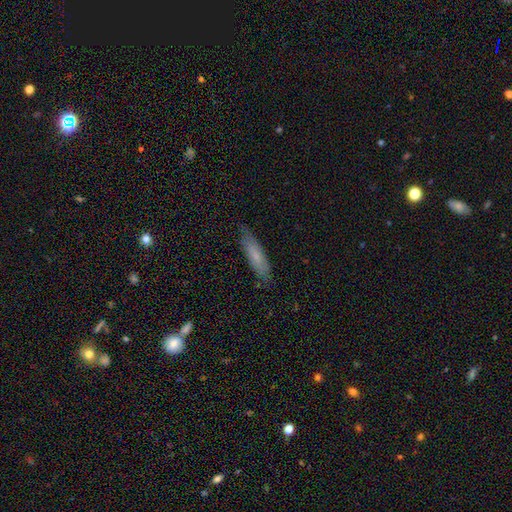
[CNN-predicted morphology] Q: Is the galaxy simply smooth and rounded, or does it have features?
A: smooth — 68%.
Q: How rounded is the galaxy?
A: cigar-shaped — 71%.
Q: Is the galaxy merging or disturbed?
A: none — 80%.